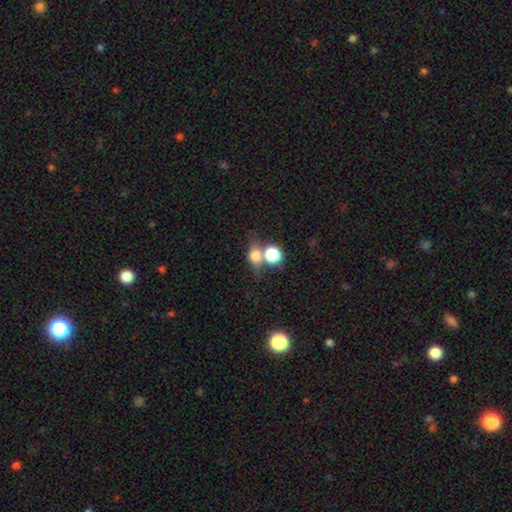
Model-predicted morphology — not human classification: Smooth or featured? Predicted: smooth (p=0.68). How rounded? Predicted: round (p=0.55). Merging? Predicted: none (p=0.43).